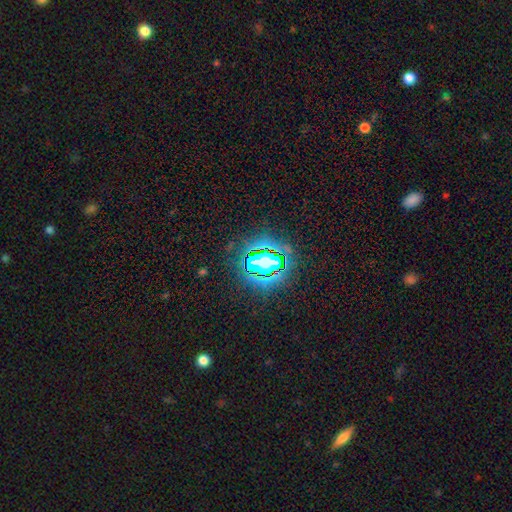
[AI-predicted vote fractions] A star or artifact, not a galaxy (82%).